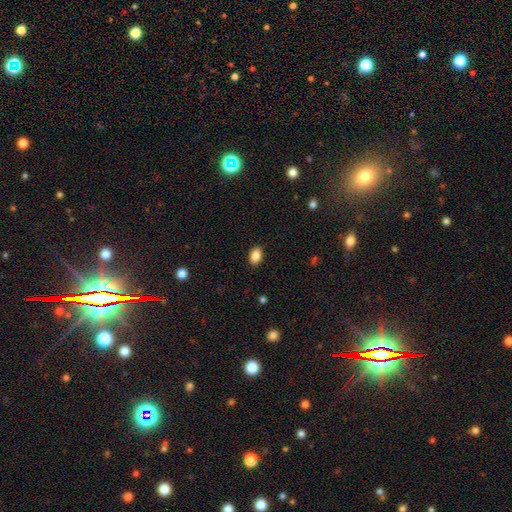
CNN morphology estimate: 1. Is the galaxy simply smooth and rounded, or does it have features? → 87% smooth, 8% star or artifact, 5% featured or disk.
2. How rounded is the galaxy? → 87% in between, 11% round, 1% cigar-shaped.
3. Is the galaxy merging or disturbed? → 89% none, 8% minor disturbance, 2% major disturbance, 1% merger.